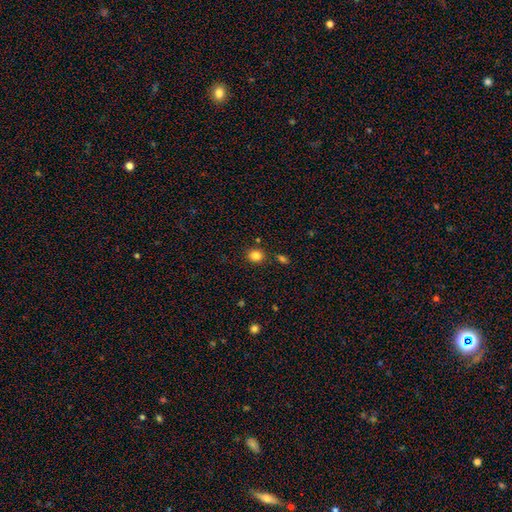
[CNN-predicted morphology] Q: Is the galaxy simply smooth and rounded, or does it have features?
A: smooth — 83%.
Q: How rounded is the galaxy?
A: round — 70%.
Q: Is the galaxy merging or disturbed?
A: none — 85%.